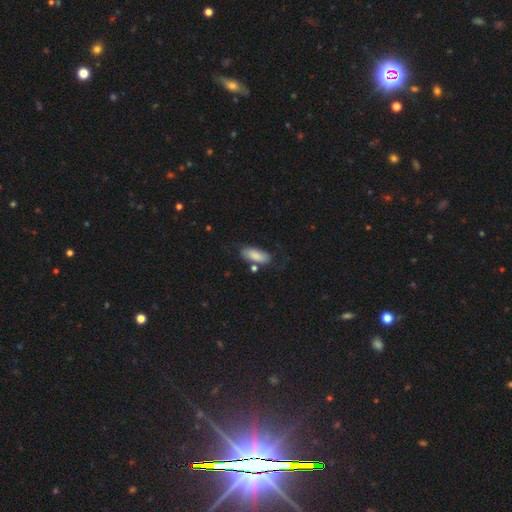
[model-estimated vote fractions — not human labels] This is clearly a smooth galaxy (82%). How rounded: clearly in between (80%). Merging: likely none (65%).